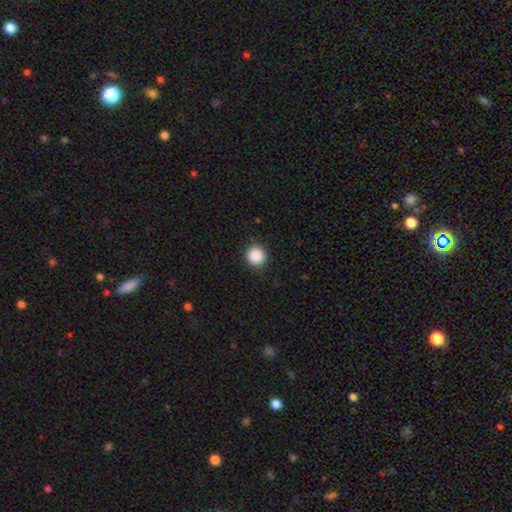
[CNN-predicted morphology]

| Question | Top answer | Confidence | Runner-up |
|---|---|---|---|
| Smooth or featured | smooth | 89% | star or artifact (9%) |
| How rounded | round | 92% | in between (7%) |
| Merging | none | 90% | minor disturbance (7%) |